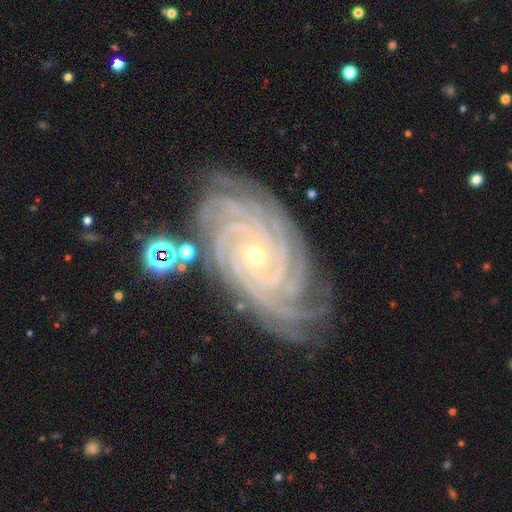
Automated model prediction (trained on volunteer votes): smooth-or-featured: featured or disk: 92% | star or artifact: 5% | smooth: 3%
  disk-edge-on: no: 97% | yes: 3%
    bar: no: 69% | weak: 20% | strong: 11%
    has-spiral-arms: yes: 99% | no: 1%
      spiral-winding: tight: 87% | medium: 11% | loose: 2%
      spiral-arm-count: more than 4: 36% | 4: 28% | can't tell: 11% | 3: 11% | 2: 8% | 1: 7%
    bulge-size: small: 74% | moderate: 24% | large: 1% | none: 1% | dominant: 1%
  merging: none: 80% | minor disturbance: 14% | major disturbance: 4% | merger: 2%